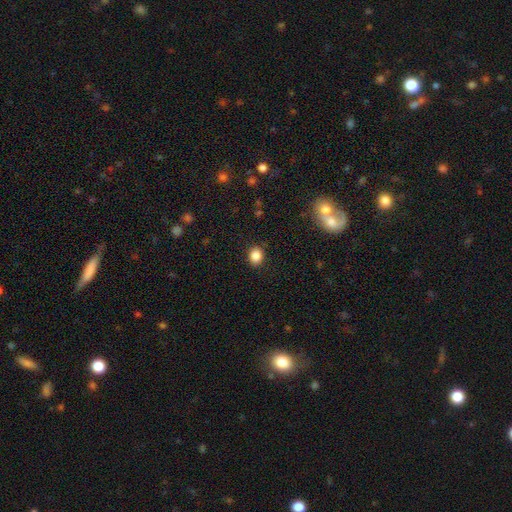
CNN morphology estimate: smooth-or-featured: smooth: 87% | star or artifact: 10% | featured or disk: 4%
  how-rounded: round: 55% | in between: 44% | cigar-shaped: 1%
  merging: none: 89% | minor disturbance: 8% | major disturbance: 2% | merger: 1%